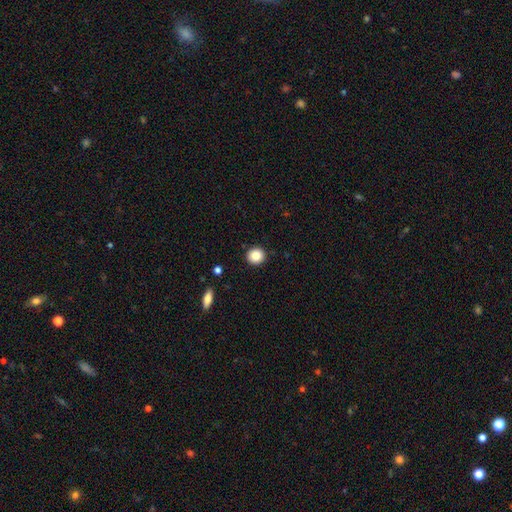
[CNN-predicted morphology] This is clearly a smooth galaxy (86%). How rounded: clearly round (90%). Merging: clearly none (91%).